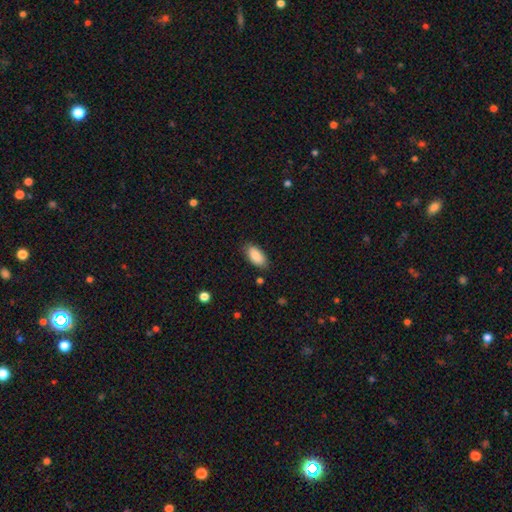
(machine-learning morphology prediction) The model was most divided on "merging": none: 82%, minor disturbance: 14%, major disturbance: 3%, merger: 1%. More confident: how rounded — in between (93%); smooth or featured — smooth (86%).